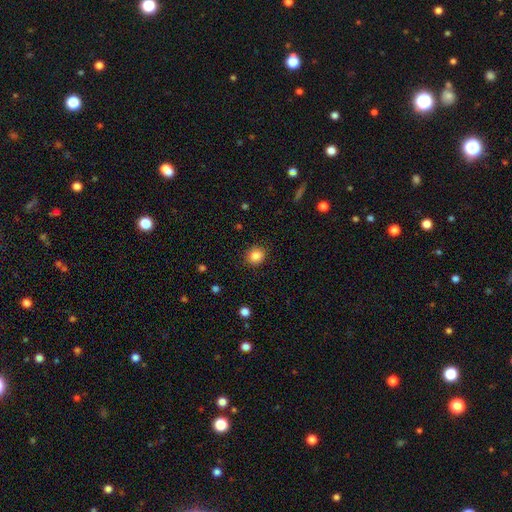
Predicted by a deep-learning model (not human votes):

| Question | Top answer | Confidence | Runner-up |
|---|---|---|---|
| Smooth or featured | smooth | 86% | star or artifact (10%) |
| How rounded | round | 83% | in between (16%) |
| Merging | none | 89% | minor disturbance (8%) |